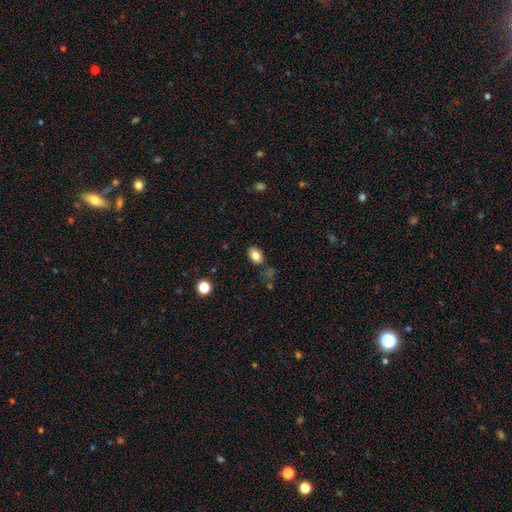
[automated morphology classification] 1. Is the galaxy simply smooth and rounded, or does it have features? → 83% smooth, 10% star or artifact, 8% featured or disk.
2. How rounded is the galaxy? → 83% in between, 15% round, 1% cigar-shaped.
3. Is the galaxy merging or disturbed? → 80% none, 14% minor disturbance, 4% major disturbance, 3% merger.